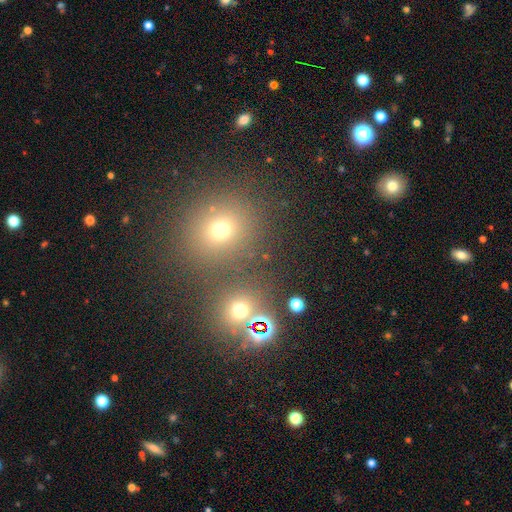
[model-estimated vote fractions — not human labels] smooth-or-featured: star or artifact: 47% | smooth: 43% | featured or disk: 9%